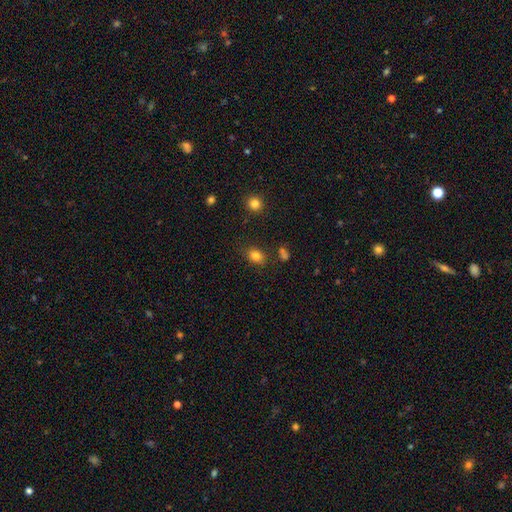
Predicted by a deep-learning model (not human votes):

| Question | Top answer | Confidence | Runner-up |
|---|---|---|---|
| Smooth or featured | smooth | 81% | star or artifact (12%) |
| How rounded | in between | 62% | round (37%) |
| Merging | none | 77% | minor disturbance (15%) |